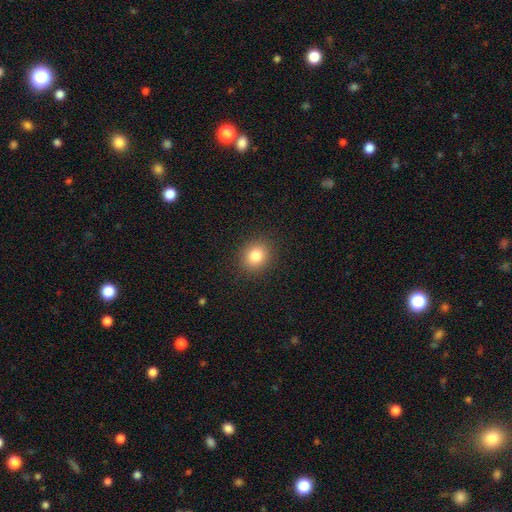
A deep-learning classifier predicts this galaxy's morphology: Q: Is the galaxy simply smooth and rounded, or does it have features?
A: smooth — 82%.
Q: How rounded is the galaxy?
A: round — 73%.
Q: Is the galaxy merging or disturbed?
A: none — 90%.